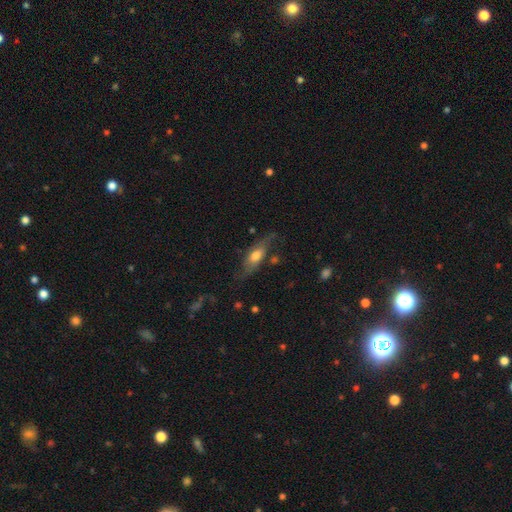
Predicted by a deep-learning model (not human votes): smooth-or-featured: featured or disk: 55% | smooth: 38% | star or artifact: 7%
  disk-edge-on: no: 73% | yes: 27%
  merging: none: 59% | minor disturbance: 23% | major disturbance: 14% | merger: 3%